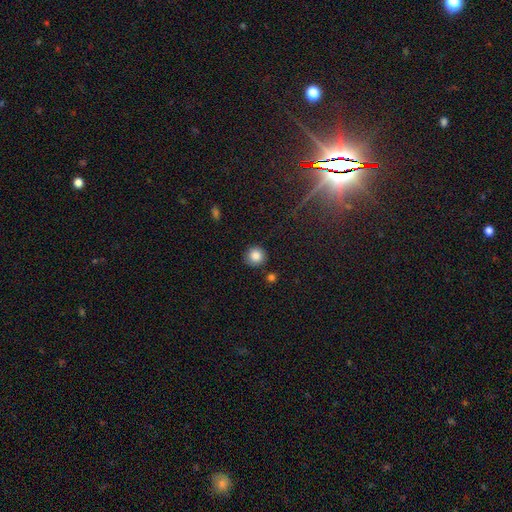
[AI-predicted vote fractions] smooth-or-featured: smooth: 84% | star or artifact: 10% | featured or disk: 6%
  how-rounded: round: 92% | in between: 7% | cigar-shaped: 1%
  merging: none: 86% | minor disturbance: 9% | merger: 3% | major disturbance: 2%